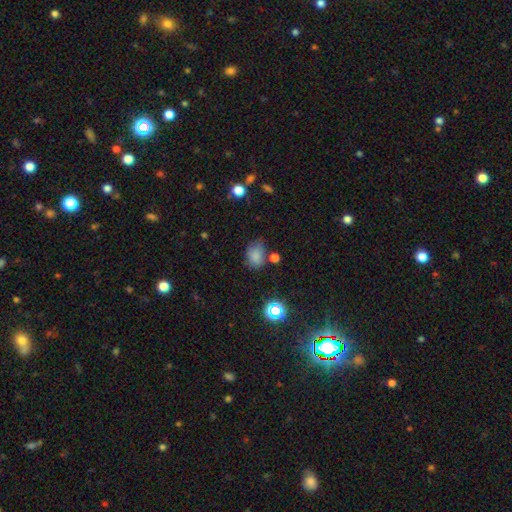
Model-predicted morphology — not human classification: Overall: smooth (76%). How rounded: in between (67%; round 32%). Merging: none (55%; minor disturbance 27%).